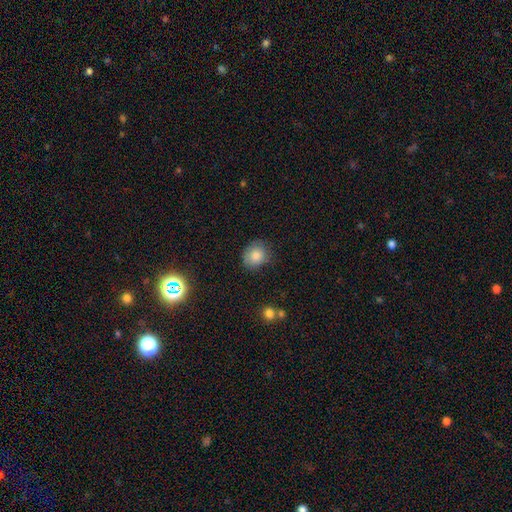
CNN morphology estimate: smooth 82%, star or artifact 9%, featured or disk 9%. Down the decision tree: how rounded — round (67%); merging — none (69%).